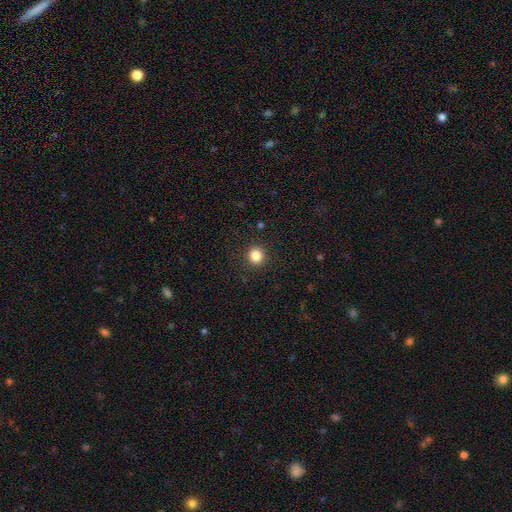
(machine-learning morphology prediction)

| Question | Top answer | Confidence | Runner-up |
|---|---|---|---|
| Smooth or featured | smooth | 84% | star or artifact (12%) |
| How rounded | round | 91% | in between (8%) |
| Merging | none | 91% | minor disturbance (6%) |